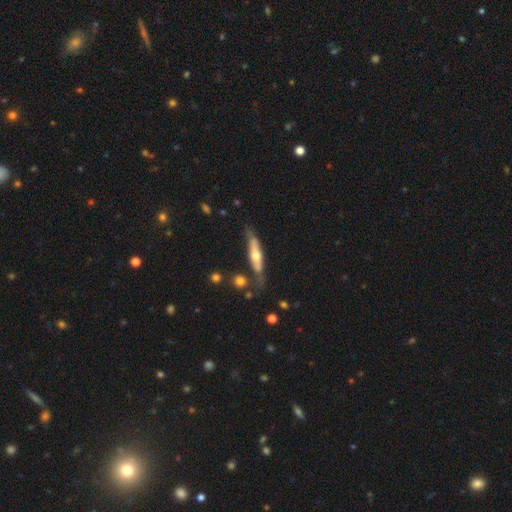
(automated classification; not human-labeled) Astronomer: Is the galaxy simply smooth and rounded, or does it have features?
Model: featured or disk — 54% (runner-up: smooth, 40%).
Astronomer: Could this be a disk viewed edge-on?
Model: yes — 75%.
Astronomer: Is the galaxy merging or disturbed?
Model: none — 59%.